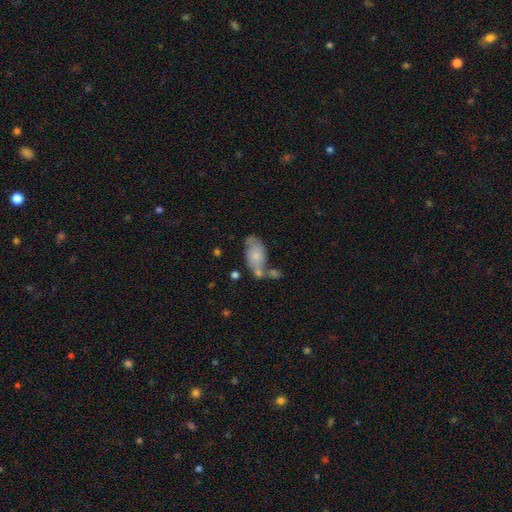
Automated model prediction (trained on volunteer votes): Q: Smooth or featured?
A: smooth (66%); runner-up: featured or disk (27%)
Q: How rounded?
A: in between (92%); runner-up: round (5%)
Q: Merging?
A: none (40%); runner-up: merger (26%)